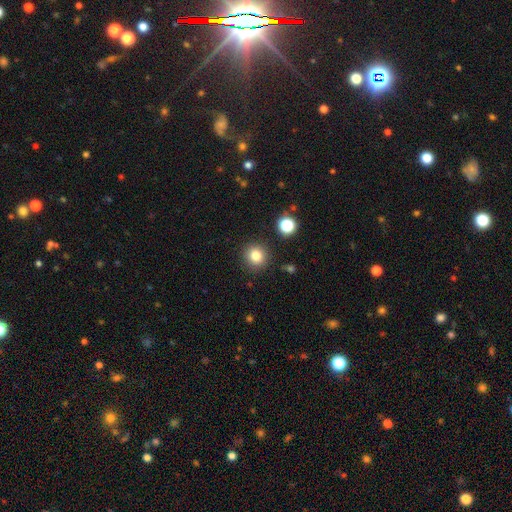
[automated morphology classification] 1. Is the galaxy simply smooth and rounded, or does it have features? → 80% smooth, 13% star or artifact, 7% featured or disk.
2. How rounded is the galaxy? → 91% round, 8% in between, 1% cigar-shaped.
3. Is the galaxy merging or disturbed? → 89% none, 6% minor disturbance, 2% major disturbance, 2% merger.